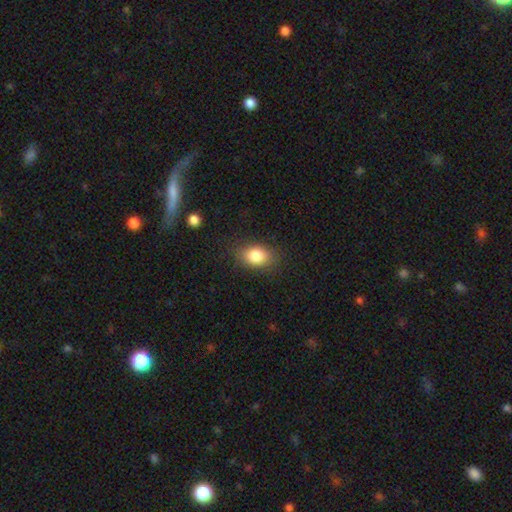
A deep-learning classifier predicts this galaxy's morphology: This is clearly a smooth galaxy (83%). How rounded: likely in between (75%). Merging: clearly none (82%).